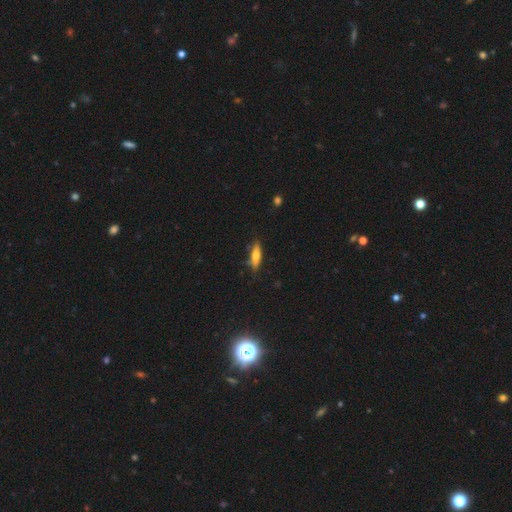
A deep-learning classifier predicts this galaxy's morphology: smooth-or-featured: smooth: 63% | featured or disk: 30% | star or artifact: 8%
  how-rounded: cigar-shaped: 60% | in between: 38% | round: 2%
  merging: none: 74% | minor disturbance: 19% | major disturbance: 4% | merger: 2%